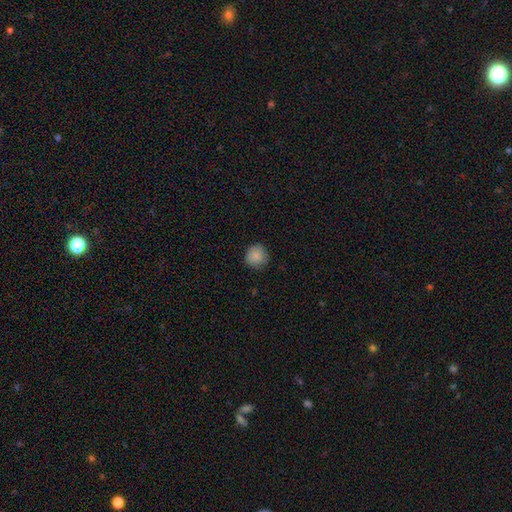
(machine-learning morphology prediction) The model was most divided on "merging": none: 81%, minor disturbance: 15%, major disturbance: 3%, merger: 1%. More confident: how rounded — round (90%); smooth or featured — smooth (86%).